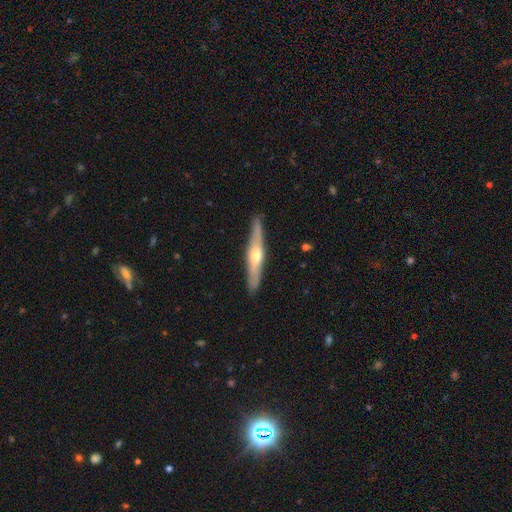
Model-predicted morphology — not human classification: Smooth or featured? Predicted: featured or disk (p=0.63). Edge-on disk? Predicted: yes (p=0.93). Edge-on bulge? Predicted: rounded (p=0.89). Merging? Predicted: none (p=0.88).